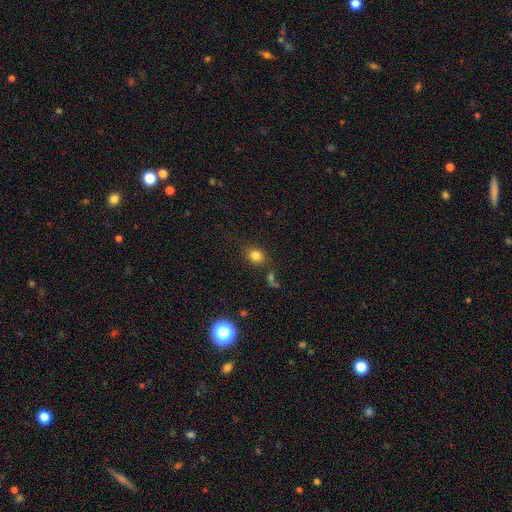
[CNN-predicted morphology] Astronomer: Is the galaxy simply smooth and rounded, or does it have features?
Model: smooth — 80%.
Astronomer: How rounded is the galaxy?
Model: round — 59% (runner-up: in between, 40%).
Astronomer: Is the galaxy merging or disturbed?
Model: none — 75%.